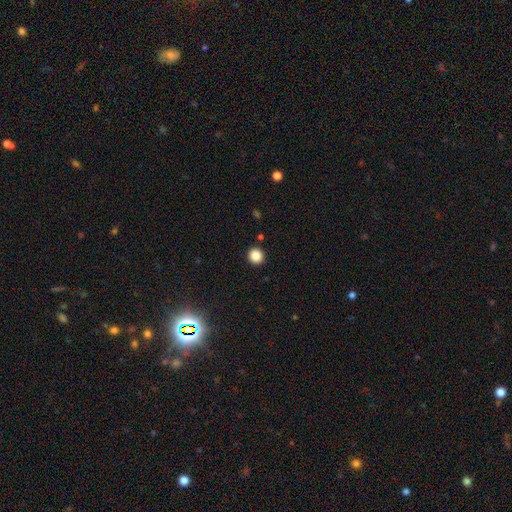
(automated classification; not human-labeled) Smooth or featured?
  - smooth: 86% *
  - star or artifact: 11%
  - featured or disk: 4%
How rounded?
  - round: 92% *
  - in between: 7%
  - cigar-shaped: 1%
Merging?
  - none: 93% *
  - minor disturbance: 4%
  - major disturbance: 2%
  - merger: 2%